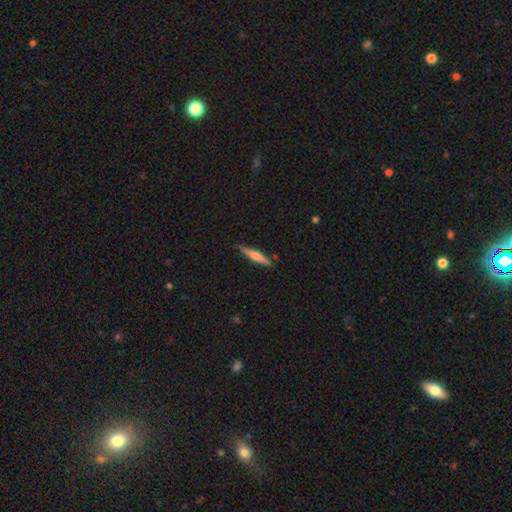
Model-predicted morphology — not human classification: A featured or disk galaxy (51%) viewed edge-on (96%).

Vote fractions:
- Smooth or featured? featured or disk: 51% / smooth: 44% / star or artifact: 6%
- Edge-on disk? yes: 96% / no: 4%
- Merging? none: 85% / minor disturbance: 11% / major disturbance: 2% / merger: 2%